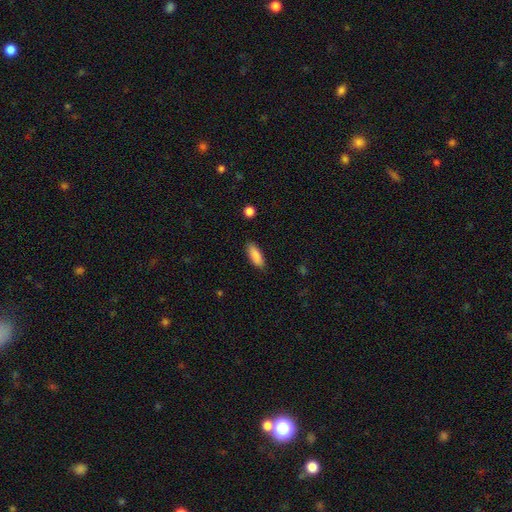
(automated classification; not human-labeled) smooth_or_featured: smooth (p=0.89) [alt: star or artifact p=0.06]
how_rounded: in between (p=0.70) [alt: cigar-shaped p=0.28]
merging: none (p=0.85) [alt: minor disturbance p=0.11]